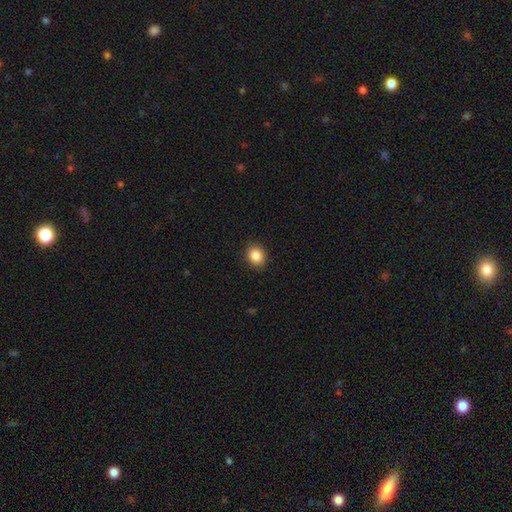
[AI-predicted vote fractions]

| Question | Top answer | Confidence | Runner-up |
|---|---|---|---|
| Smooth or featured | smooth | 86% | star or artifact (9%) |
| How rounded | round | 59% | in between (40%) |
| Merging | none | 90% | minor disturbance (7%) |